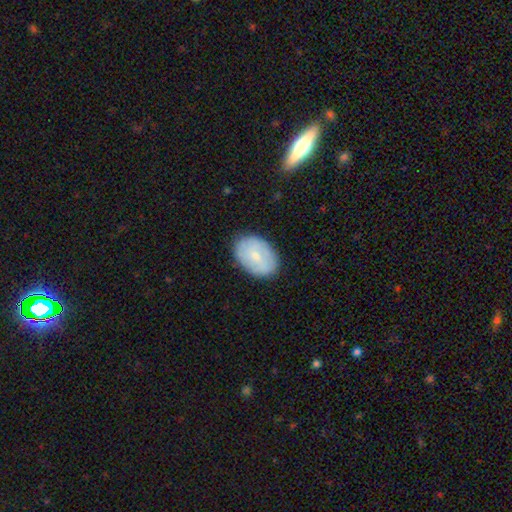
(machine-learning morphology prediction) smooth-or-featured: smooth: 64% | featured or disk: 30% | star or artifact: 6%
  how-rounded: in between: 83% | round: 16% | cigar-shaped: 1%
  merging: none: 84% | minor disturbance: 12% | major disturbance: 3% | merger: 1%